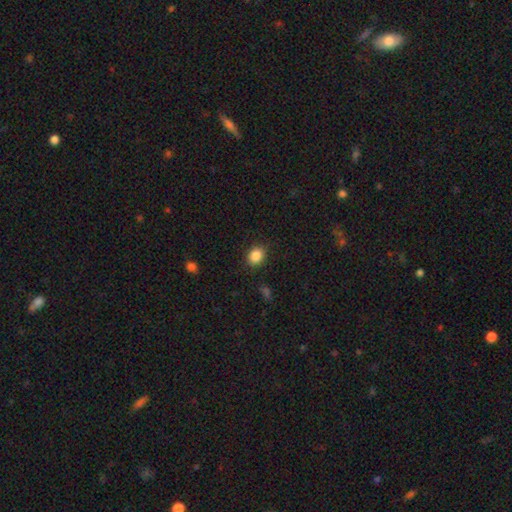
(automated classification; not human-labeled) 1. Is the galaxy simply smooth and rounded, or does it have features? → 86% smooth, 10% star or artifact, 4% featured or disk.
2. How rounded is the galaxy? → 56% round, 43% in between, 1% cigar-shaped.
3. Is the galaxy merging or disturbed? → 87% none, 9% minor disturbance, 3% major disturbance, 1% merger.